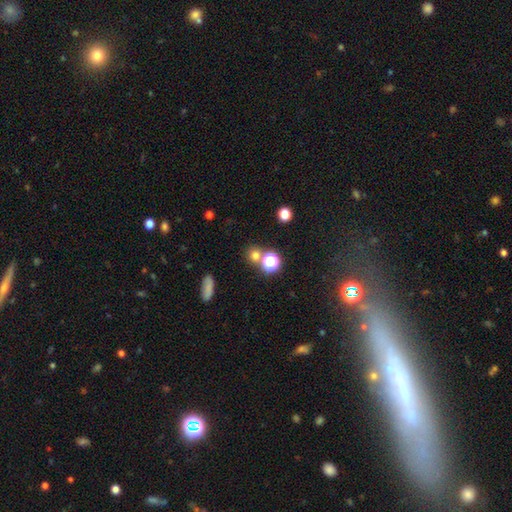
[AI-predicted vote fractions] Smooth or featured?
  - smooth: 67% *
  - star or artifact: 25%
  - featured or disk: 7%
How rounded?
  - round: 87% *
  - in between: 12%
  - cigar-shaped: 1%
Merging?
  - none: 68% *
  - merger: 21%
  - minor disturbance: 7%
  - major disturbance: 3%